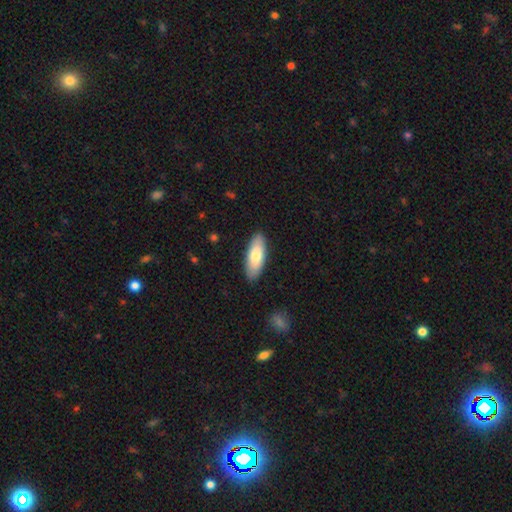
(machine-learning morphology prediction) Overall: smooth (78%). How rounded: in between (71%). Merging: none (89%).